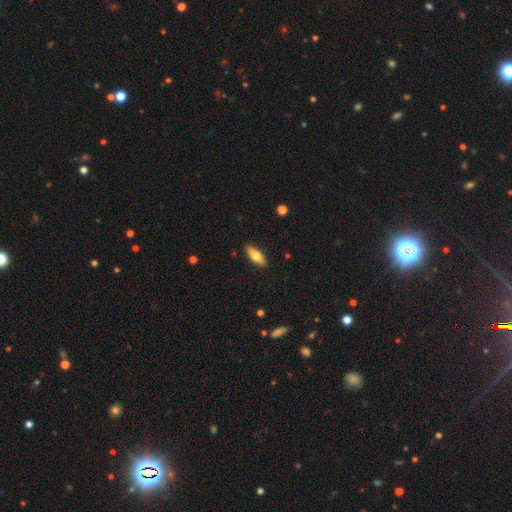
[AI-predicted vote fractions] Smooth or featured?
  - smooth: 70% *
  - featured or disk: 24%
  - star or artifact: 6%
How rounded?
  - in between: 75% *
  - cigar-shaped: 22%
  - round: 2%
Merging?
  - none: 89% *
  - minor disturbance: 9%
  - major disturbance: 2%
  - merger: 1%